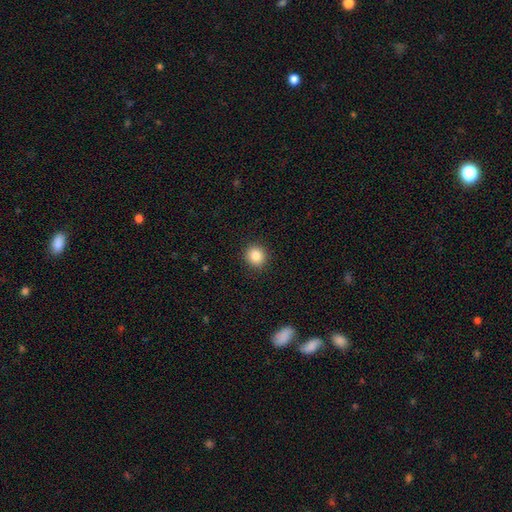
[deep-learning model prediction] Overall: smooth (85%). How rounded: round (89%). Merging: none (92%).